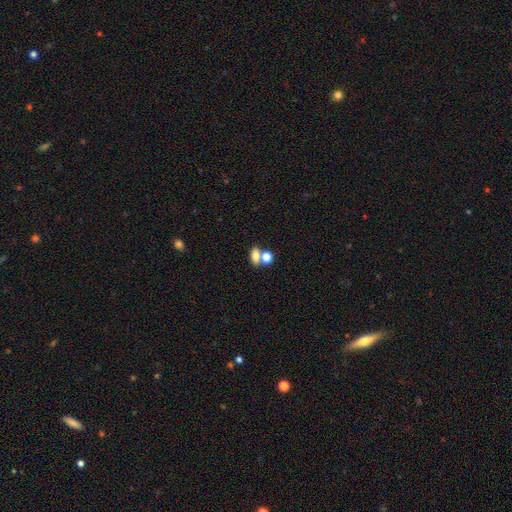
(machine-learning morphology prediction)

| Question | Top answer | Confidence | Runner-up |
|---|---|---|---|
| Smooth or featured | smooth | 74% | featured or disk (14%) |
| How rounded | in between | 75% | round (21%) |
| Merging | none | 44% | merger (43%) |